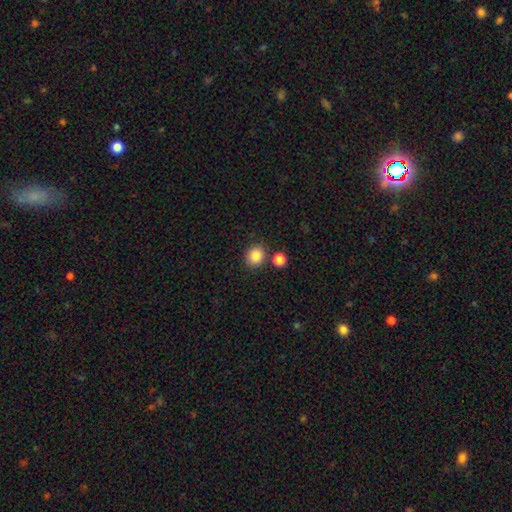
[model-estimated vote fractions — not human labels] This appears to be a smooth galaxy with no disk features (86%) that is round (79%). Merging: none (80%).